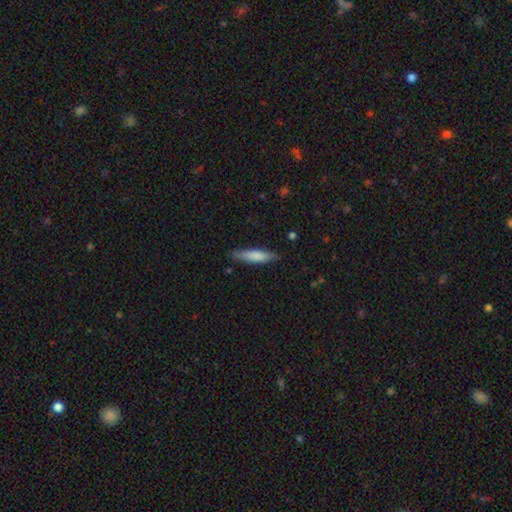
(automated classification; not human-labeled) Overall: smooth (78%). How rounded: cigar-shaped (78%). Merging: none (83%).